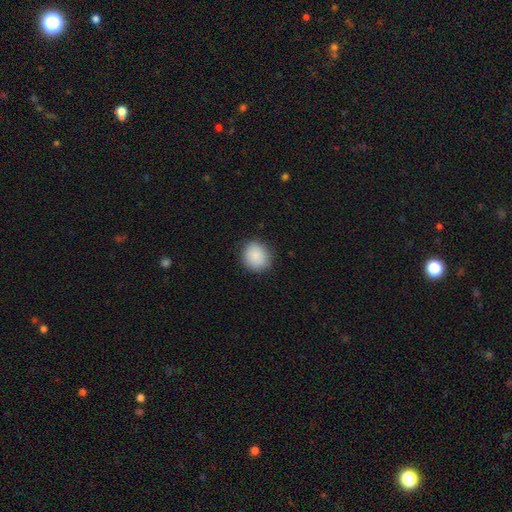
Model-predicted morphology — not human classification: Smooth or featured? Predicted: smooth (p=0.88). How rounded? Predicted: round (p=0.76). Merging? Predicted: none (p=0.85).